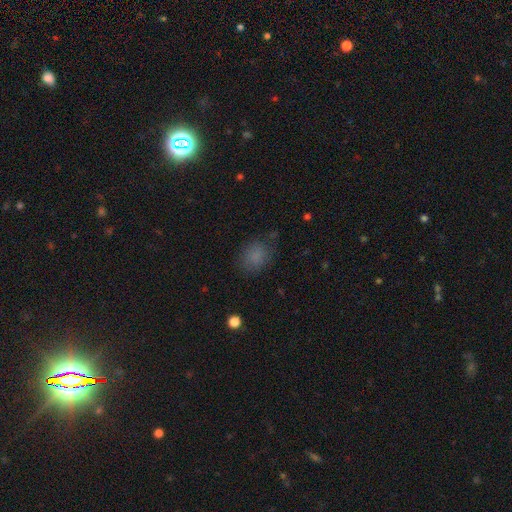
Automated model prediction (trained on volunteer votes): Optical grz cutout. It shows a smooth galaxy with no disk features (81%) that is round (50%). Merging: none (74%).